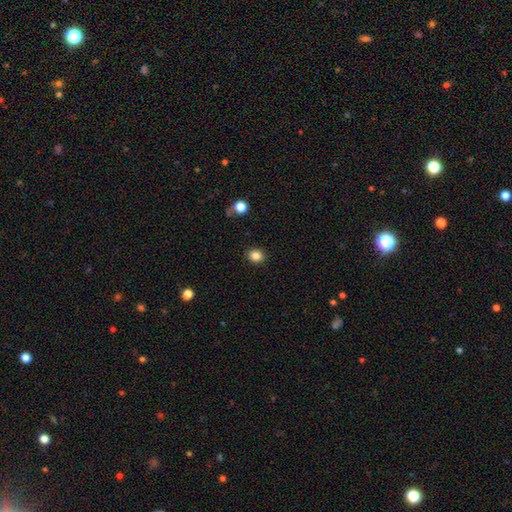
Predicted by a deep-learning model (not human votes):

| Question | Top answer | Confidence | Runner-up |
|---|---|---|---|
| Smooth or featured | smooth | 85% | star or artifact (10%) |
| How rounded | round | 71% | in between (29%) |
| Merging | none | 89% | minor disturbance (7%) |